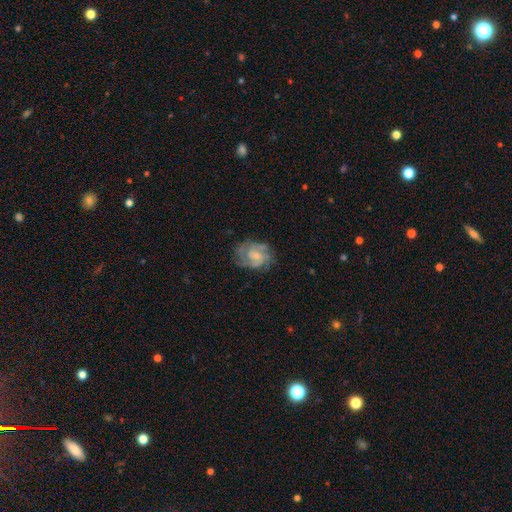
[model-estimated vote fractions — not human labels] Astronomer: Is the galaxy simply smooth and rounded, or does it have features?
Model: featured or disk — 80%.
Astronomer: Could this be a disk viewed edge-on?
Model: no — 98%.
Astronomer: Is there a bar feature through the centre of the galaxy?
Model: no — 60%.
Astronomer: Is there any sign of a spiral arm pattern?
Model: yes — 94%.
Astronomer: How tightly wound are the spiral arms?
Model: tight — 49% (runner-up: medium, 41%).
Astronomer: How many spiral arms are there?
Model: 3 — 29% (runner-up: 2, 28%).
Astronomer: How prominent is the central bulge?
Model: small — 56%.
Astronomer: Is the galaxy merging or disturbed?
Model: none — 68%.